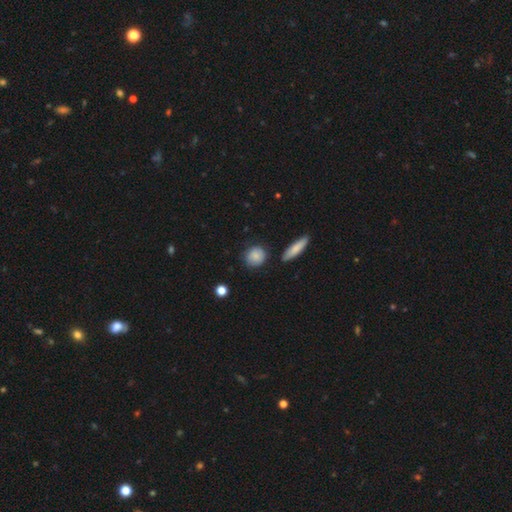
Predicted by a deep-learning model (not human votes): smooth-or-featured: smooth: 83% | featured or disk: 10% | star or artifact: 8%
  how-rounded: round: 79% | in between: 18% | cigar-shaped: 3%
  merging: none: 79% | minor disturbance: 15% | major disturbance: 3% | merger: 3%